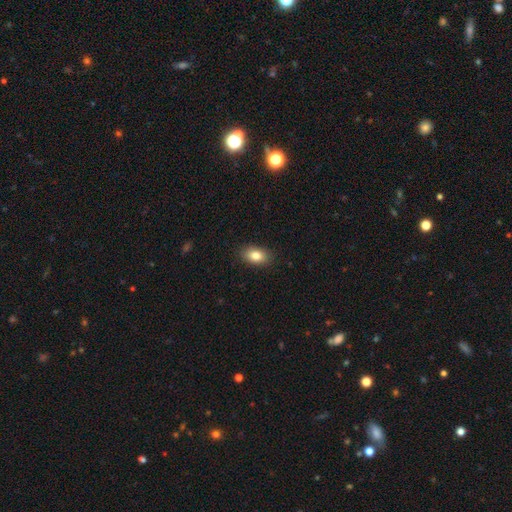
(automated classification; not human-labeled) smooth-or-featured: smooth: 82% | featured or disk: 10% | star or artifact: 8%
  how-rounded: in between: 89% | round: 9% | cigar-shaped: 2%
  merging: none: 88% | minor disturbance: 9% | major disturbance: 2% | merger: 1%